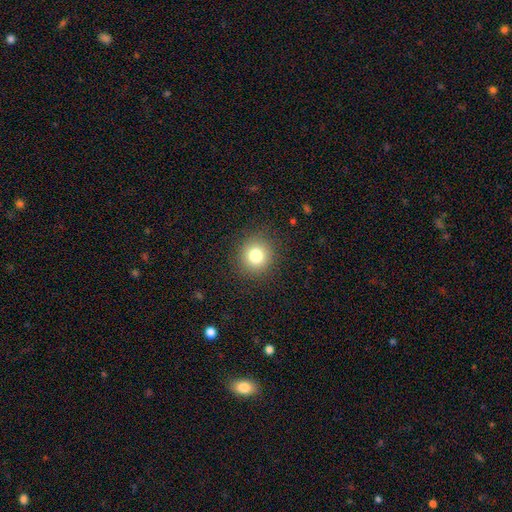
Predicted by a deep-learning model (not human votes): A smooth galaxy with no disk features (81%) that is round (91%).

Vote fractions:
- Smooth or featured? smooth: 81% / star or artifact: 12% / featured or disk: 7%
- How rounded? round: 91% / in between: 9% / cigar-shaped: 1%
- Merging? none: 89% / minor disturbance: 7% / major disturbance: 3% / merger: 1%